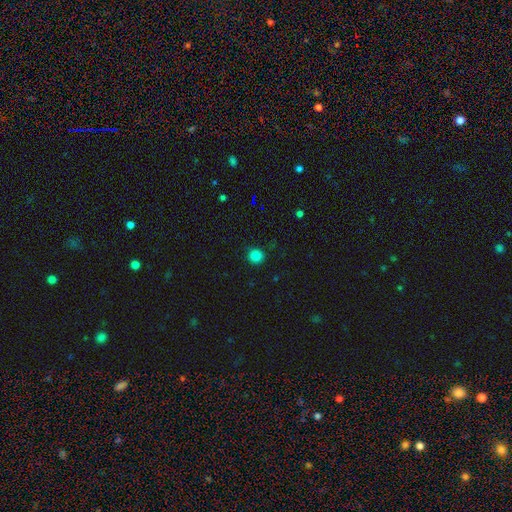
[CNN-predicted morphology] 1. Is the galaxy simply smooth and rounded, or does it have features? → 83% smooth, 13% star or artifact, 4% featured or disk.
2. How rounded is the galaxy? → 93% round, 6% in between, 1% cigar-shaped.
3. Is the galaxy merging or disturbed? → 90% none, 6% minor disturbance, 2% major disturbance, 1% merger.